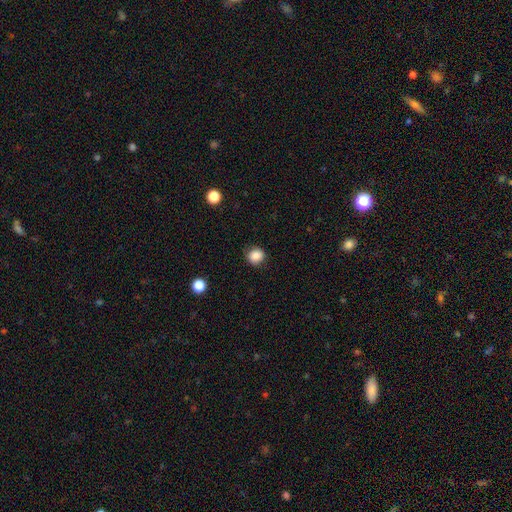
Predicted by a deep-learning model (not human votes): A smooth galaxy with no disk features (87%) that is round (84%). Merging: none (86%).